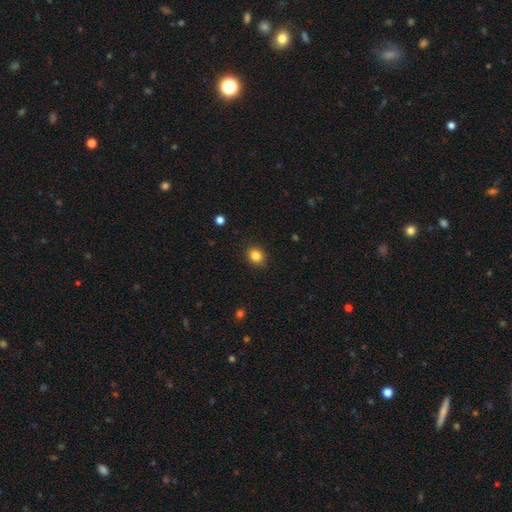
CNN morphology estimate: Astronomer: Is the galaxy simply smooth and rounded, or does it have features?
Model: smooth — 84%.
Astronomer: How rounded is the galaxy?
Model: round — 73%.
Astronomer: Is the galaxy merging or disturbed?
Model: none — 88%.